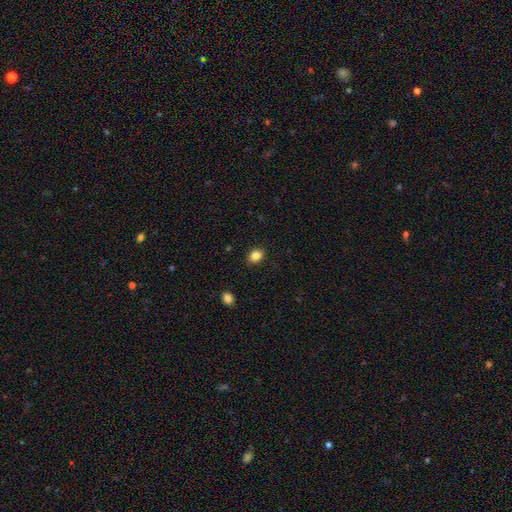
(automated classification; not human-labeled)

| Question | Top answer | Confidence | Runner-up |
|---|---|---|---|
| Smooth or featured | smooth | 85% | star or artifact (10%) |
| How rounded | in between | 55% | round (44%) |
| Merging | none | 89% | minor disturbance (8%) |